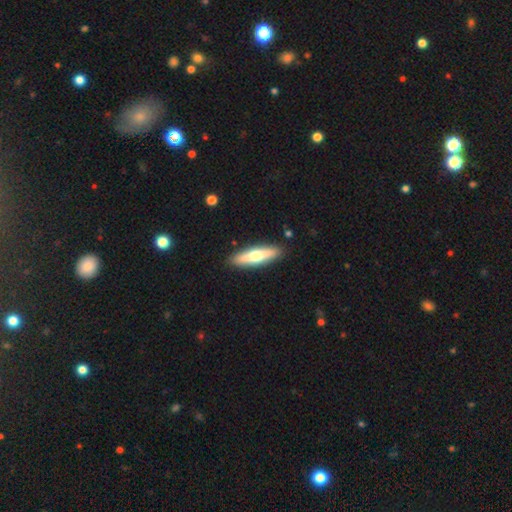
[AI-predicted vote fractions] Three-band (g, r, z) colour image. It shows a smooth galaxy with no disk features (49%). Merging: none (89%).